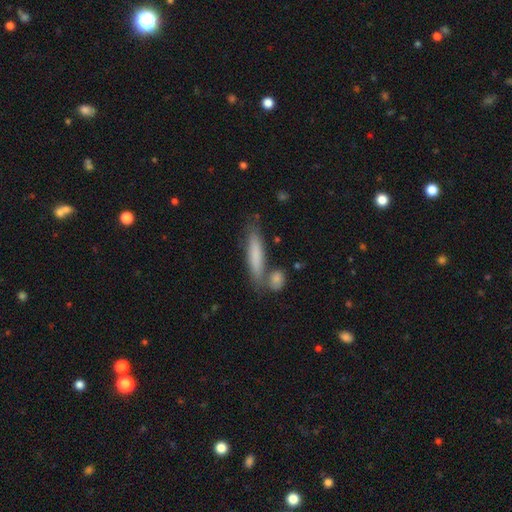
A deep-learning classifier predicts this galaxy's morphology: Q: Smooth or featured?
A: smooth (72%); runner-up: featured or disk (21%)
Q: How rounded?
A: cigar-shaped (84%); runner-up: in between (14%)
Q: Merging?
A: none (67%); runner-up: merger (15%)